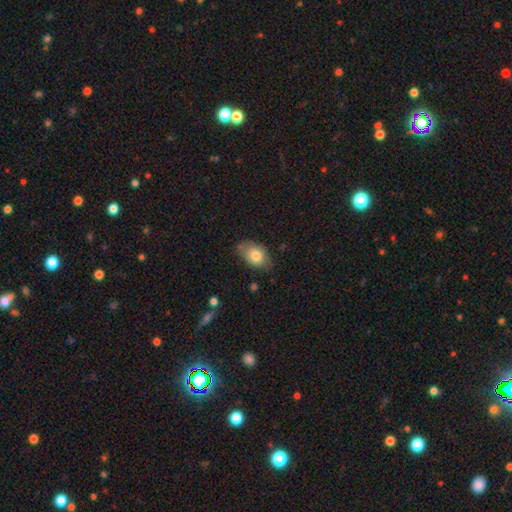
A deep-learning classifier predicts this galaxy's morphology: Q: Smooth or featured?
A: smooth (79%); runner-up: featured or disk (13%)
Q: How rounded?
A: in between (84%); runner-up: round (15%)
Q: Merging?
A: none (63%); runner-up: minor disturbance (29%)